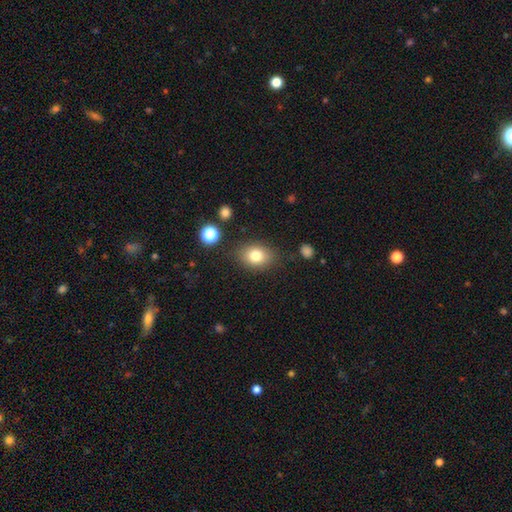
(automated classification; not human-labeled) smooth_or_featured: smooth (p=0.80) [alt: star or artifact p=0.11]
how_rounded: in between (p=0.62) [alt: round p=0.37]
merging: none (p=0.82) [alt: minor disturbance p=0.12]